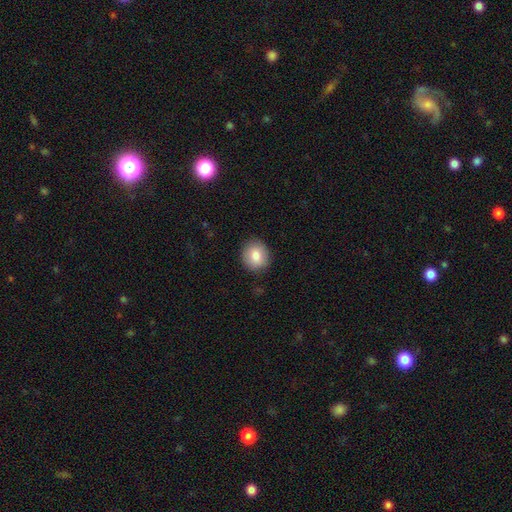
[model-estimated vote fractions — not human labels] Smooth or featured? Predicted: smooth (p=0.82). How rounded? Predicted: round (p=0.82). Merging? Predicted: none (p=0.89).